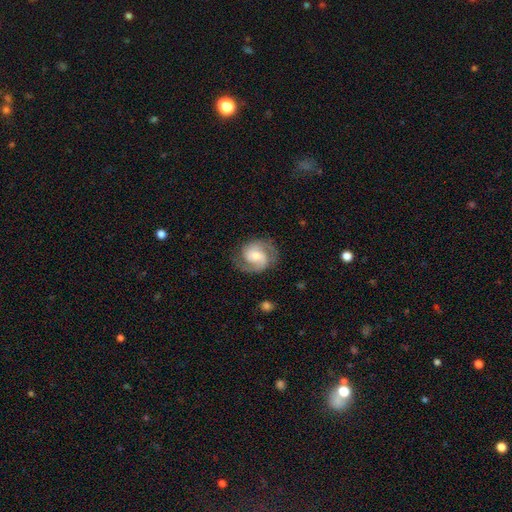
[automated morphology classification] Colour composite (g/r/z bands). It shows a featured or disk galaxy (83%) with no bar (49%), 2 (89%) medium (51%) spiral arms (97%) and a moderate central bulge (55%). Merging: none (79%).